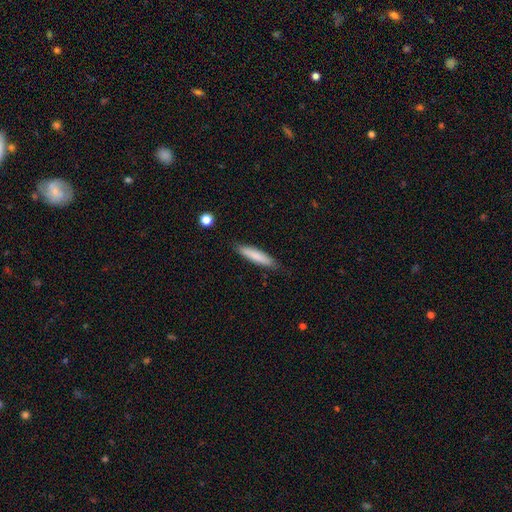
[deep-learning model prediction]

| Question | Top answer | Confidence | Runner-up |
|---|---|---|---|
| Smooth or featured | smooth | 81% | featured or disk (13%) |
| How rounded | cigar-shaped | 84% | in between (15%) |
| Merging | none | 86% | minor disturbance (11%) |